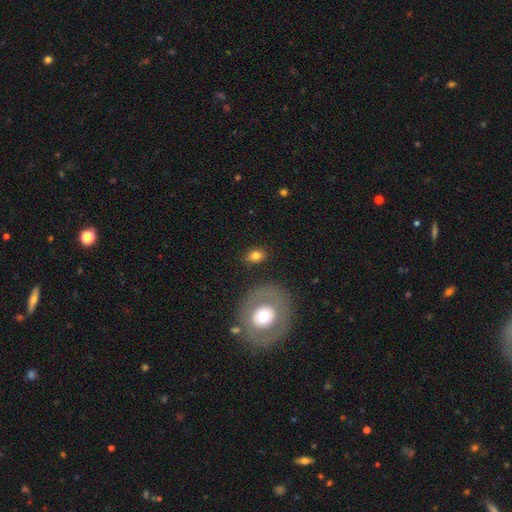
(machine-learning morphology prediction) A smooth galaxy with no disk features (74%) that is in between round and cigar-shaped (67%).

Vote fractions:
- Smooth or featured? smooth: 74% / featured or disk: 17% / star or artifact: 9%
- How rounded? in between: 67% / round: 31% / cigar-shaped: 2%
- Merging? none: 80% / minor disturbance: 11% / major disturbance: 5% / merger: 4%